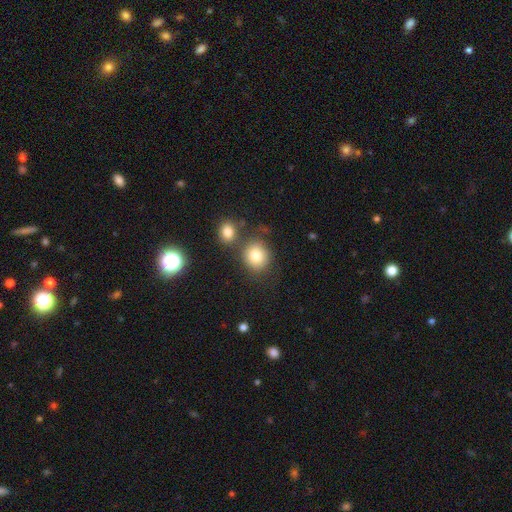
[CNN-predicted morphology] smooth 82%, star or artifact 10%, featured or disk 8%. Down the decision tree: how rounded — round (81%); merging — none (67%).